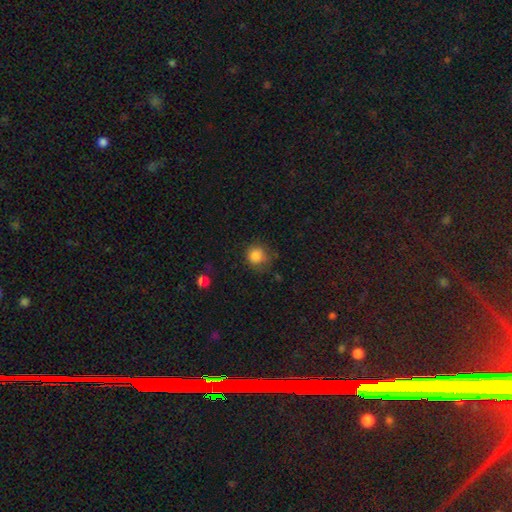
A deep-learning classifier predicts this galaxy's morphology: This appears to be a smooth galaxy with no disk features (85%) that is round (87%). Merging: none (67%).